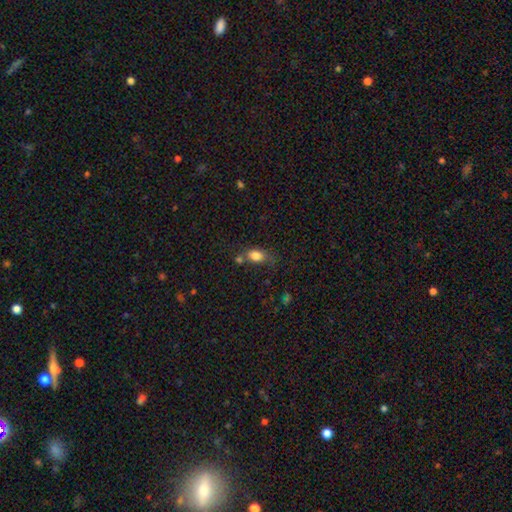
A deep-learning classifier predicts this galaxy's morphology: type=smooth (81%); roundness=in between (75%); merging=none (42%).